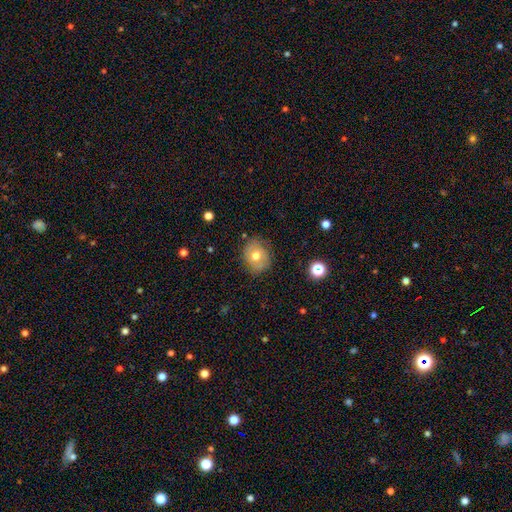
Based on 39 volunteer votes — This is likely a smooth galaxy (79%). How rounded: likely round (68%). Merging: clearly none (80%).